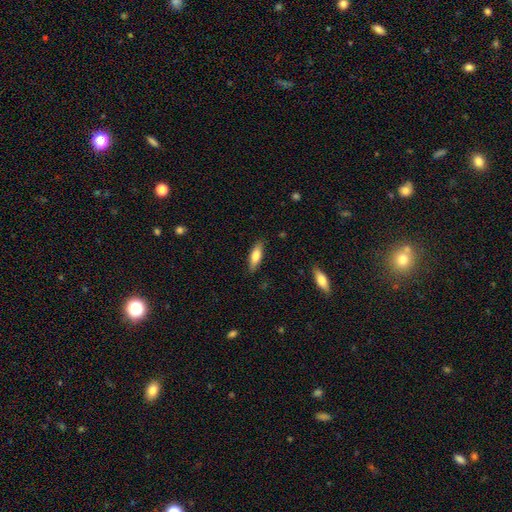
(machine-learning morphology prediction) A smooth galaxy with no disk features (76%) that is in between round and cigar-shaped (55%).

Vote fractions:
- Smooth or featured? smooth: 76% / featured or disk: 18% / star or artifact: 6%
- How rounded? in between: 55% / cigar-shaped: 43% / round: 2%
- Merging? none: 86% / minor disturbance: 10% / major disturbance: 2% / merger: 1%